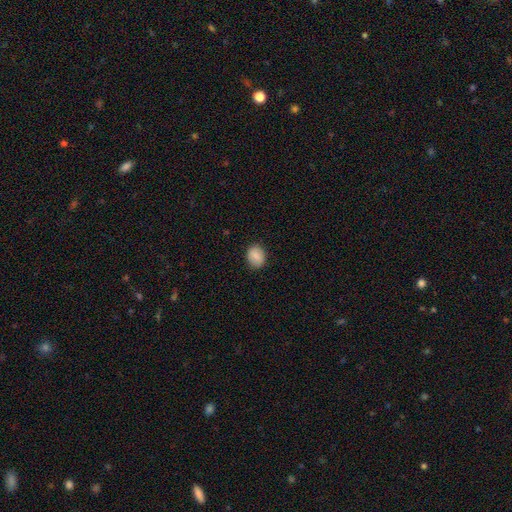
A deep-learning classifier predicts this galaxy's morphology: Smooth or featured?
  - smooth: 85% *
  - star or artifact: 8%
  - featured or disk: 7%
How rounded?
  - in between: 55% *
  - round: 44%
  - cigar-shaped: 1%
Merging?
  - none: 86% *
  - minor disturbance: 10%
  - major disturbance: 2%
  - merger: 1%